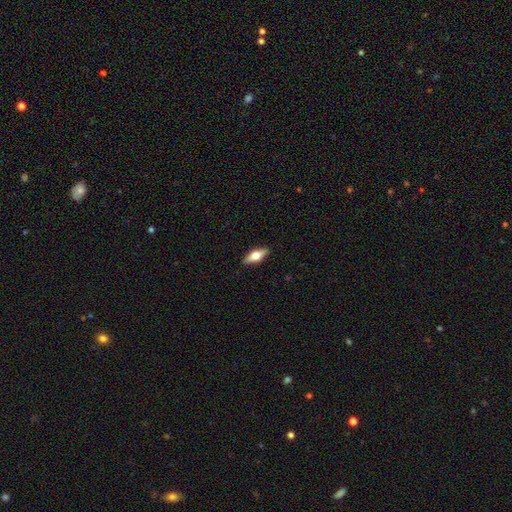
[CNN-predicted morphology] This is possibly a smooth galaxy (53%). How rounded: likely in between (66%). Merging: clearly none (89%).